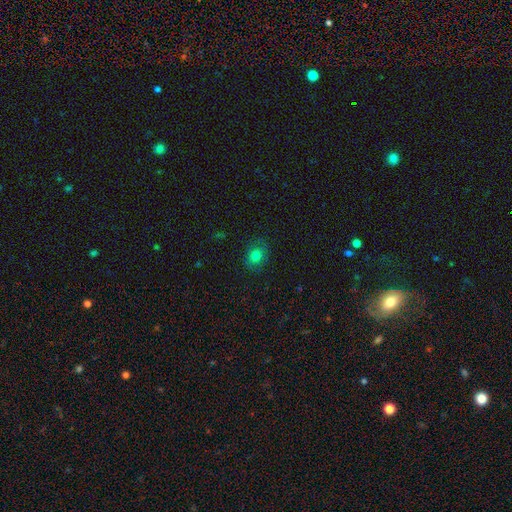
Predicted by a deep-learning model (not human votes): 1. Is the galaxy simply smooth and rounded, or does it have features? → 77% smooth, 13% star or artifact, 10% featured or disk.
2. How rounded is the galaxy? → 54% round, 45% in between, 1% cigar-shaped.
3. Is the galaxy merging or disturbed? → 82% none, 14% minor disturbance, 4% major disturbance, 1% merger.